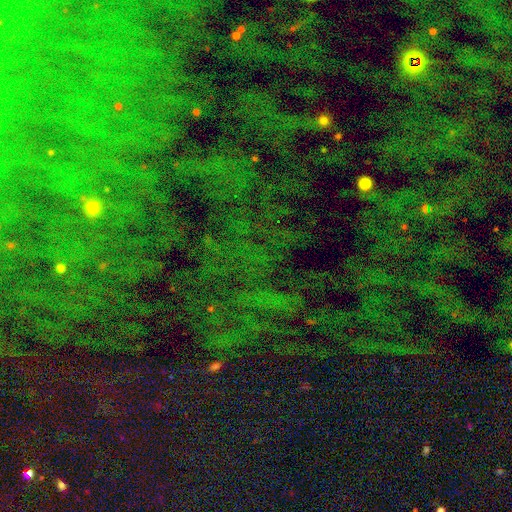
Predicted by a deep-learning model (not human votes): A star or artifact, not a galaxy (79%).